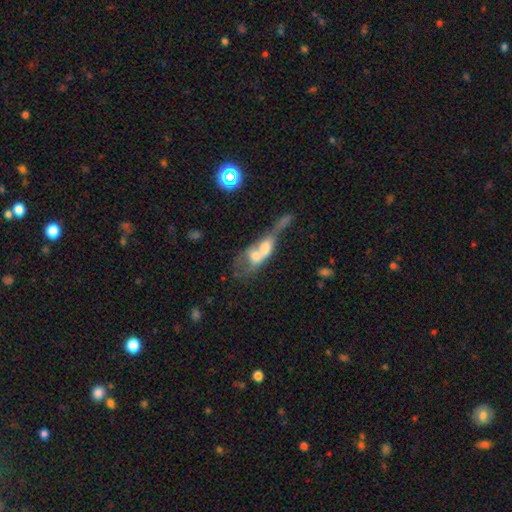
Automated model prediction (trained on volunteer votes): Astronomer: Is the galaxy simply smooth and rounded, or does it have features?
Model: smooth — 48% (runner-up: featured or disk, 42%).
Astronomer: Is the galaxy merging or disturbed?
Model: merger — 76%.